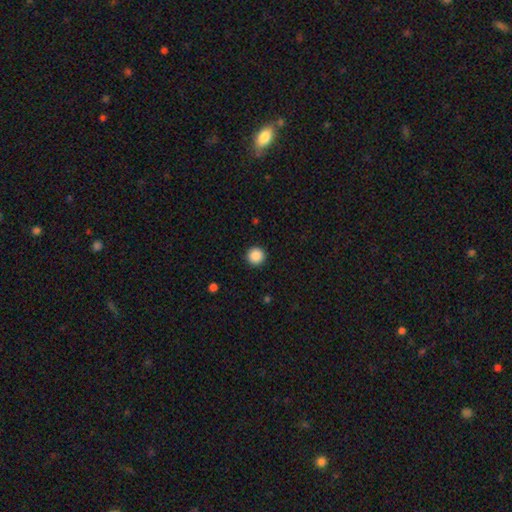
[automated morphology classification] Smooth or featured? smooth (88%)
How rounded? round (97%)
Merging? none (93%)